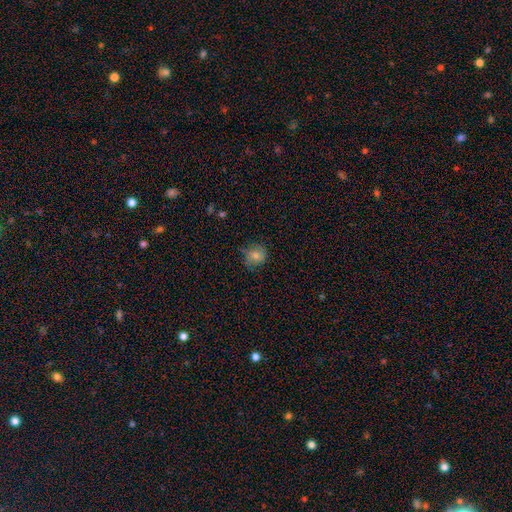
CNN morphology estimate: Smooth or featured? smooth (76%)
How rounded? round (77%)
Merging? none (69%)